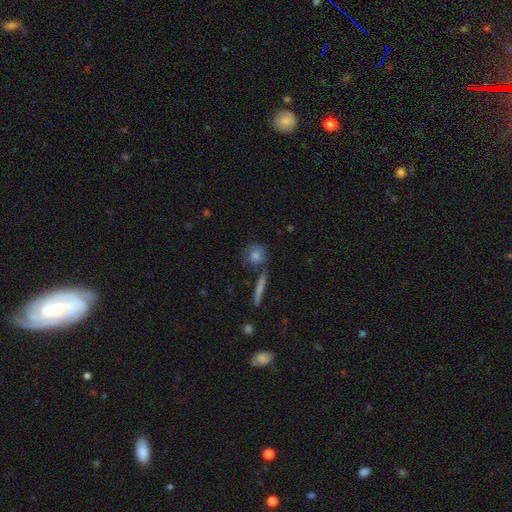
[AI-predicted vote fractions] This is likely a smooth galaxy (68%). How rounded: clearly round (82%). Merging: likely none (71%).